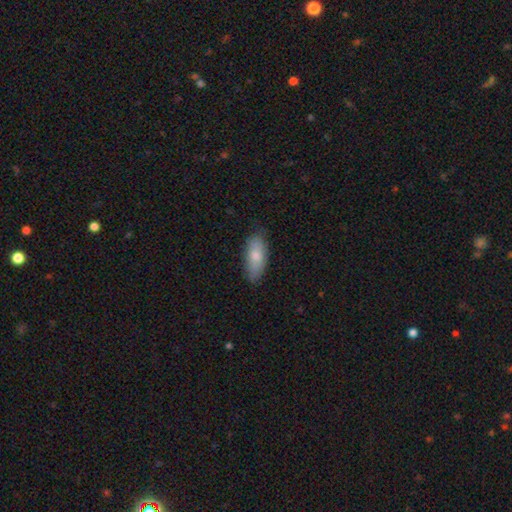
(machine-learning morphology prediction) This appears to be a smooth galaxy with no disk features (78%) that is in between round and cigar-shaped (82%). Merging: none (77%).